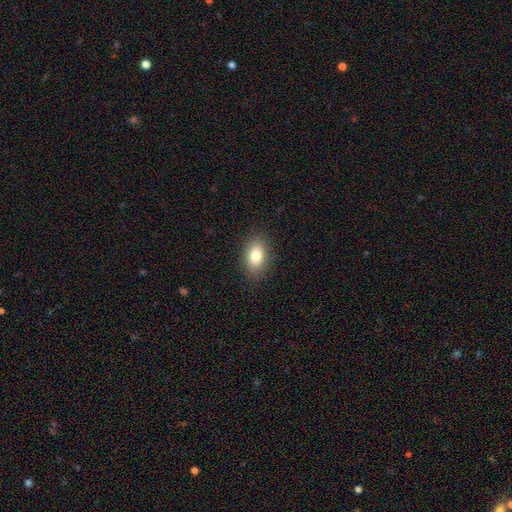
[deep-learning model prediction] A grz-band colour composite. It shows a smooth galaxy with no disk features (80%) that is in between round and cigar-shaped (87%). Merging: none (87%).